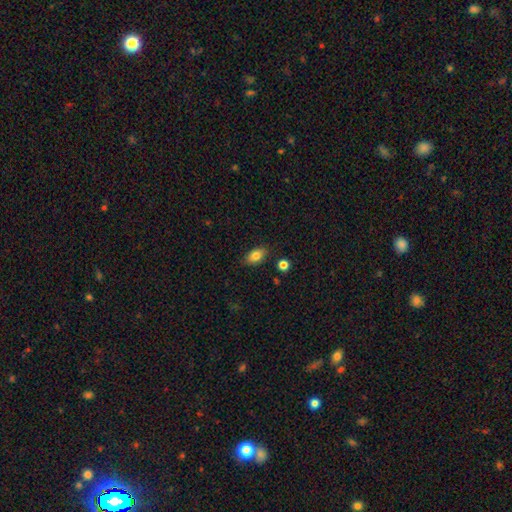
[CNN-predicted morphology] This appears to be a smooth galaxy with no disk features (82%) that is in between round and cigar-shaped (87%). Merging: none (85%).